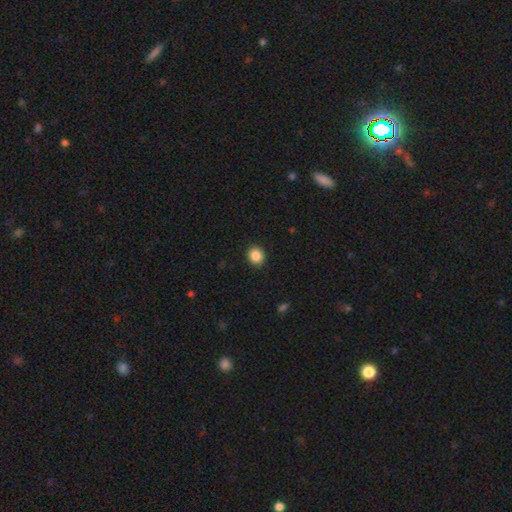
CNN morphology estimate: Overall: smooth (87%). How rounded: round (81%). Merging: none (92%).